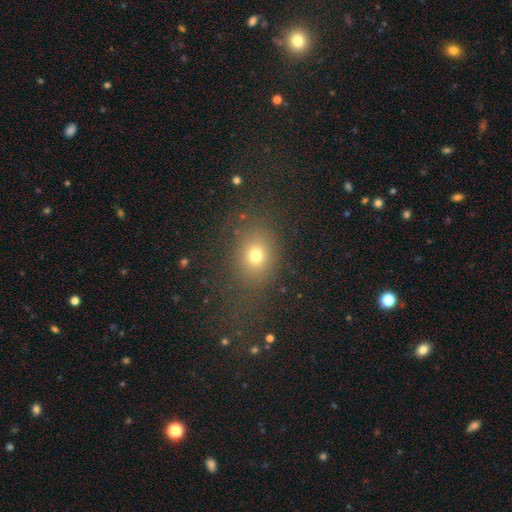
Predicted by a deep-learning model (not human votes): smooth_or_featured: smooth (p=0.71) [alt: star or artifact p=0.18]
how_rounded: round (p=0.54) [alt: in between p=0.45]
merging: none (p=0.74) [alt: minor disturbance p=0.12]